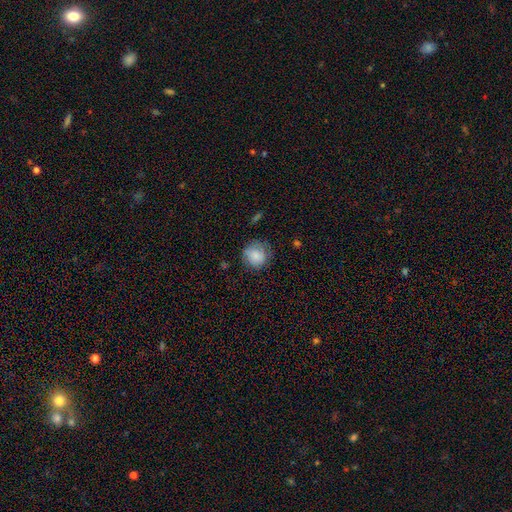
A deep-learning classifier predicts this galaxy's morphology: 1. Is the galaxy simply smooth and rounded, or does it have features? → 76% smooth, 17% featured or disk, 8% star or artifact.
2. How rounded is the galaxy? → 87% round, 12% in between, 1% cigar-shaped.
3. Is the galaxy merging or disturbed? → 67% none, 23% minor disturbance, 8% major disturbance, 2% merger.